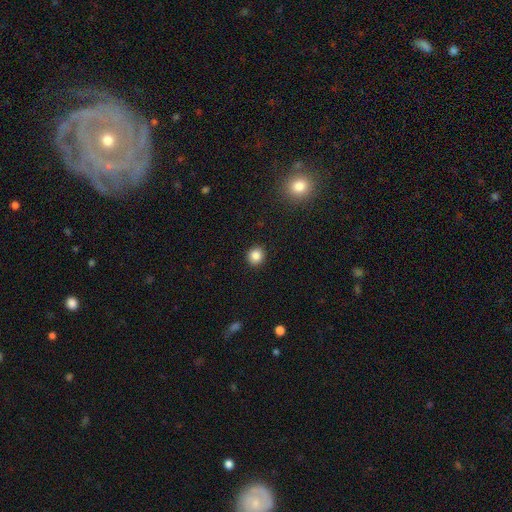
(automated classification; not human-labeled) A smooth galaxy with no disk features (84%) that is round (89%).

Vote fractions:
- Smooth or featured? smooth: 84% / star or artifact: 11% / featured or disk: 5%
- How rounded? round: 89% / in between: 10% / cigar-shaped: 1%
- Merging? none: 92% / minor disturbance: 5% / major disturbance: 2% / merger: 1%